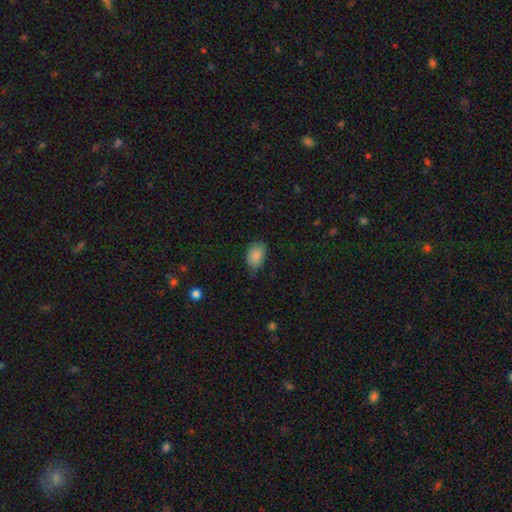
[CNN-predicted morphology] Smooth or featured? smooth (86%)
How rounded? in between (88%)
Merging? none (65%)